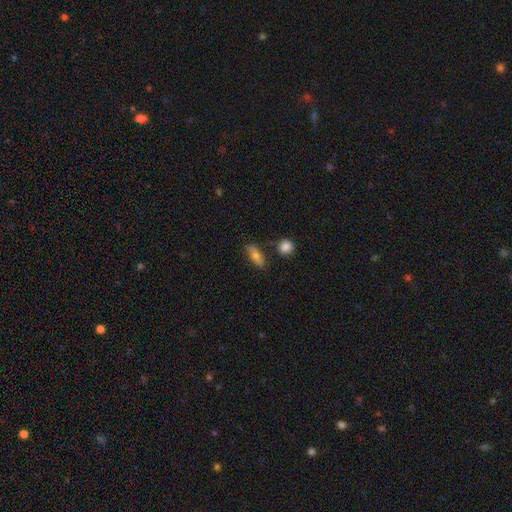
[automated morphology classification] Q: Smooth or featured?
A: smooth (72%); runner-up: featured or disk (20%)
Q: How rounded?
A: in between (68%); runner-up: cigar-shaped (27%)
Q: Merging?
A: none (78%); runner-up: minor disturbance (13%)